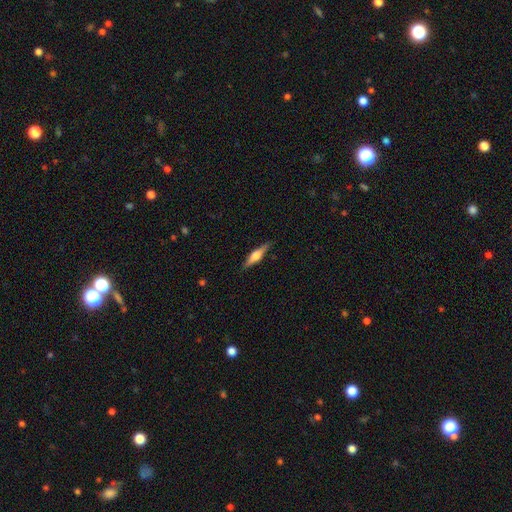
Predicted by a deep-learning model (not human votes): Q: Smooth or featured?
A: featured or disk (65%); runner-up: smooth (29%)
Q: Edge-on disk?
A: yes (97%); runner-up: no (3%)
Q: Edge-on bulge?
A: rounded (87%); runner-up: boxy (10%)
Q: Merging?
A: none (88%); runner-up: minor disturbance (9%)